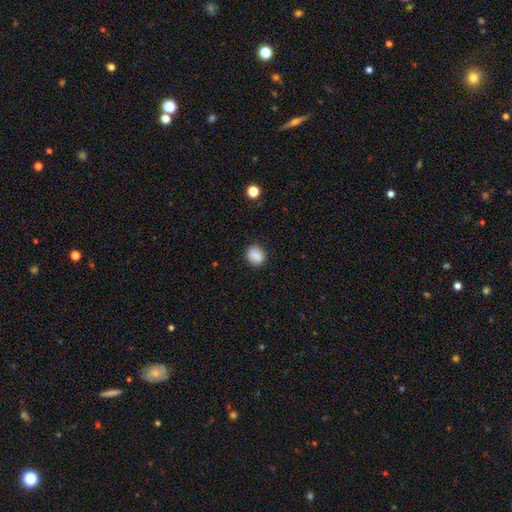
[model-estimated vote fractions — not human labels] This is clearly a smooth galaxy (86%). How rounded: likely round (68%). Merging: clearly none (83%).